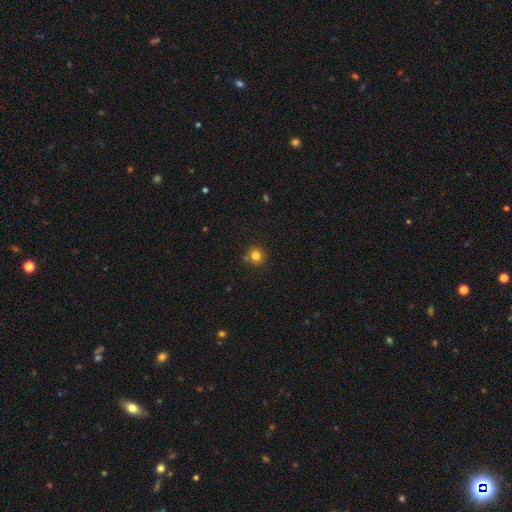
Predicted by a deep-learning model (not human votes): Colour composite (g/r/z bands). It shows a smooth galaxy with no disk features (81%) that is round (94%). Merging: none (84%).